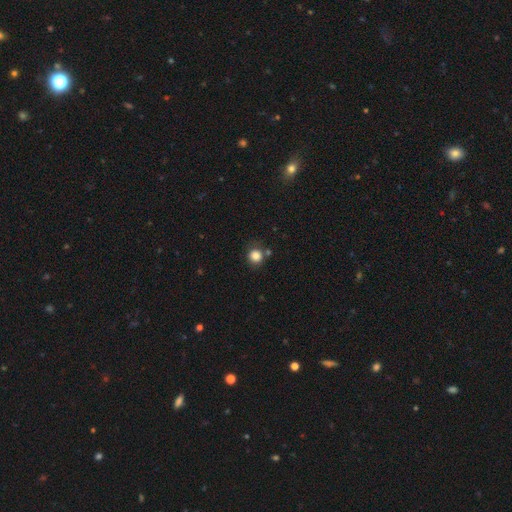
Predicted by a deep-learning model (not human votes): This appears to be a smooth galaxy with no disk features (83%) that is round (88%). Merging: none (74%).